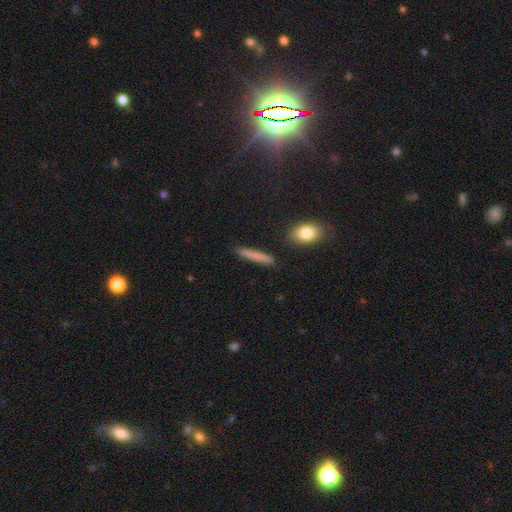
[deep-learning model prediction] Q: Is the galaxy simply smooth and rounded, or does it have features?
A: smooth — 75%.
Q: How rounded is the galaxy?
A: cigar-shaped — 93%.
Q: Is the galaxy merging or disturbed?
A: none — 89%.